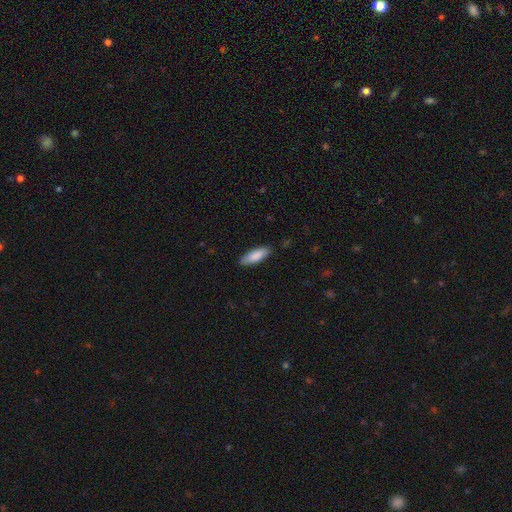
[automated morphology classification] This appears to be a smooth galaxy with no disk features (86%) that is in between round and cigar-shaped (57%). Merging: none (88%).